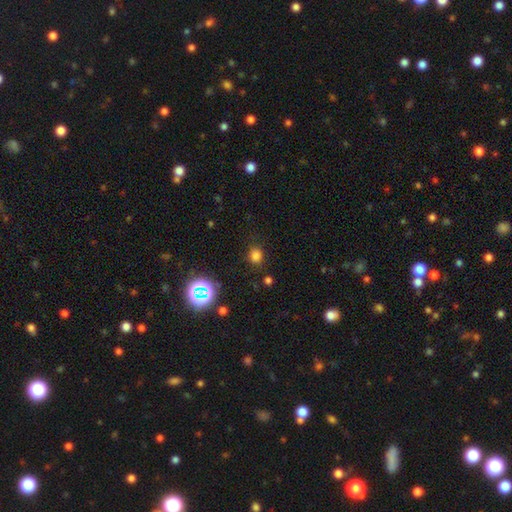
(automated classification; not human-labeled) Smooth or featured?
  - smooth: 73% *
  - star or artifact: 22%
  - featured or disk: 5%
How rounded?
  - round: 71% *
  - in between: 28%
  - cigar-shaped: 1%
Merging?
  - none: 82% *
  - minor disturbance: 12%
  - major disturbance: 4%
  - merger: 2%